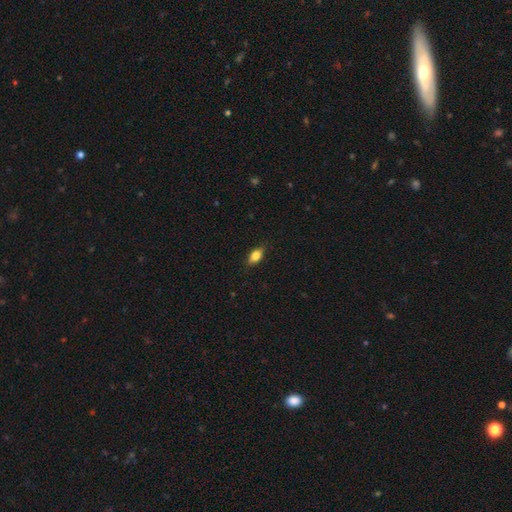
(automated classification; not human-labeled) Smooth or featured? Predicted: smooth (p=0.80). How rounded? Predicted: in between (p=0.86). Merging? Predicted: none (p=0.86).